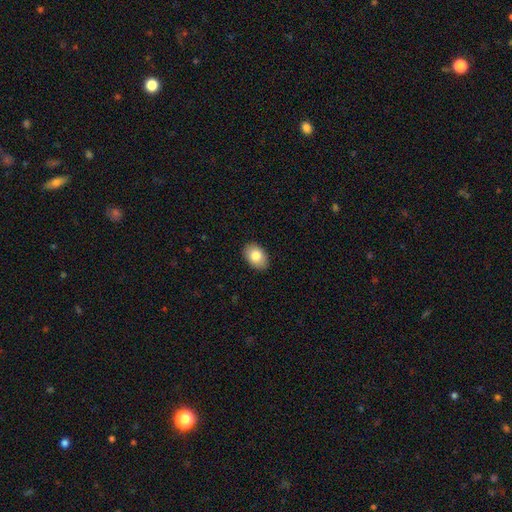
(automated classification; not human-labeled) Smooth or featured: smooth — 83% (featured or disk — 10%)
How rounded: in between — 84% (round — 15%)
Merging: none — 88% (minor disturbance — 9%)